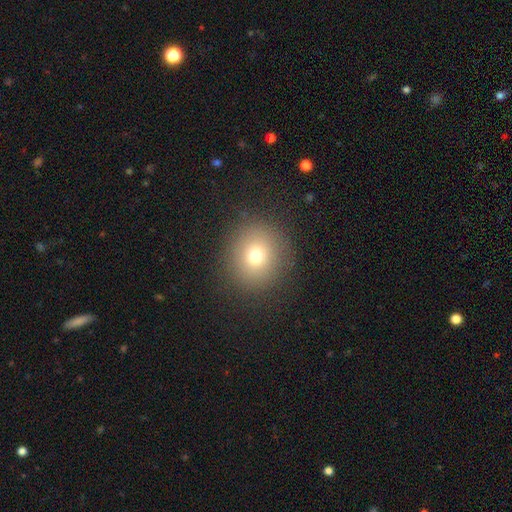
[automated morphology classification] Smooth or featured: smooth — 72% (star or artifact — 16%)
How rounded: round — 83% (in between — 16%)
Merging: none — 87% (minor disturbance — 8%)